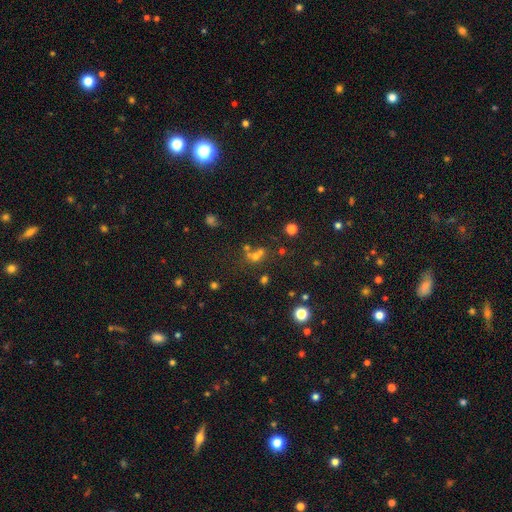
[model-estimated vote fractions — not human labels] Smooth or featured? Predicted: smooth (p=0.54). How rounded? Predicted: round (p=0.74). Merging? Predicted: none (p=0.43).